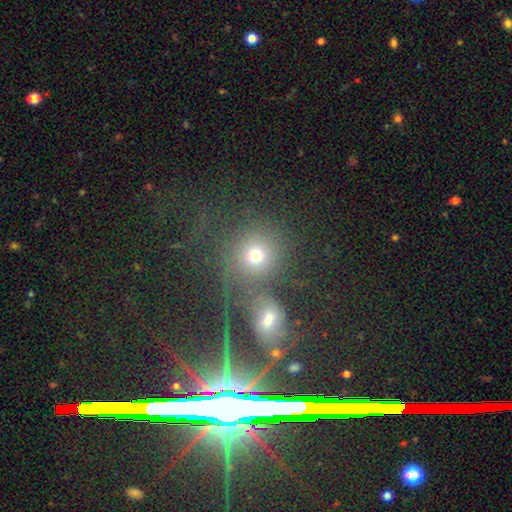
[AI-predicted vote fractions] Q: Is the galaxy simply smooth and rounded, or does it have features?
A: smooth — 68%.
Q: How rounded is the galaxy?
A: round — 84%.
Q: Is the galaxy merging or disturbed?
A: none — 48%.